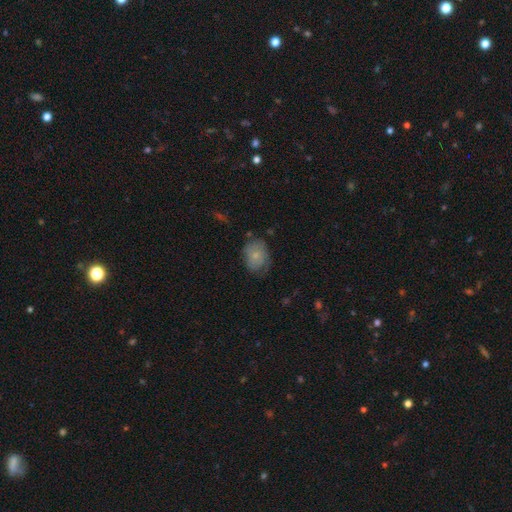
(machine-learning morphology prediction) Smooth or featured?
  - smooth: 71% *
  - featured or disk: 22%
  - star or artifact: 7%
How rounded?
  - in between: 53% *
  - round: 46%
  - cigar-shaped: 1%
Merging?
  - none: 58% *
  - minor disturbance: 30%
  - major disturbance: 10%
  - merger: 2%